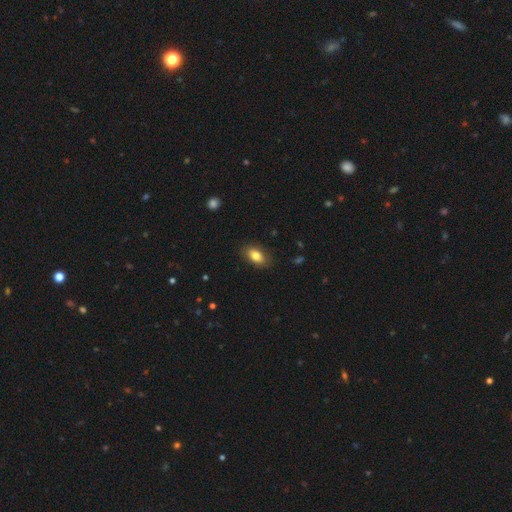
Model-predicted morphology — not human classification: Q: Smooth or featured?
A: smooth (82%); runner-up: featured or disk (11%)
Q: How rounded?
A: in between (90%); runner-up: round (7%)
Q: Merging?
A: none (85%); runner-up: minor disturbance (11%)